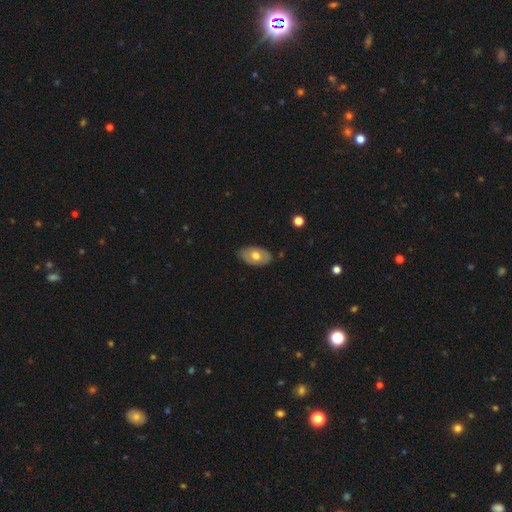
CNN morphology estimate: A smooth galaxy with no disk features (55%) that is in between round and cigar-shaped (91%).

Vote fractions:
- Smooth or featured? smooth: 55% / featured or disk: 39% / star or artifact: 6%
- How rounded? in between: 91% / round: 7% / cigar-shaped: 2%
- Merging? none: 79% / minor disturbance: 17% / major disturbance: 3% / merger: 1%